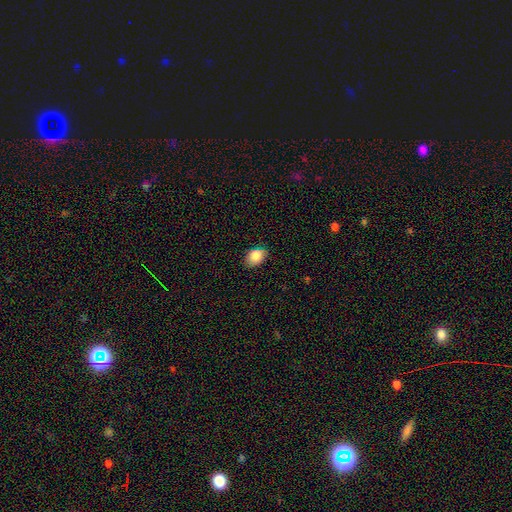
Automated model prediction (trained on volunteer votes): This is clearly a smooth galaxy (85%). How rounded: likely in between (75%). Merging: likely none (76%).